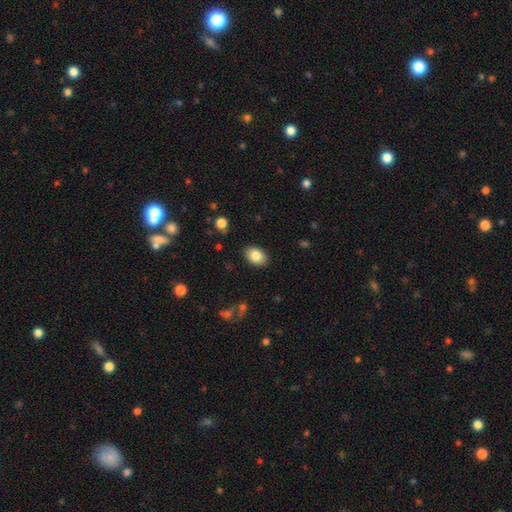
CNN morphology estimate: Smooth or featured? smooth (84%)
How rounded? in between (81%)
Merging? none (87%)